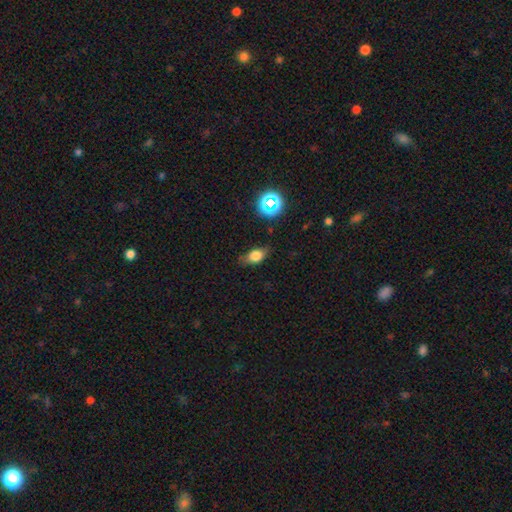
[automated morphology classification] smooth 72%, featured or disk 14%, star or artifact 13%. Down the decision tree: how rounded — in between (77%); merging — none (72%).